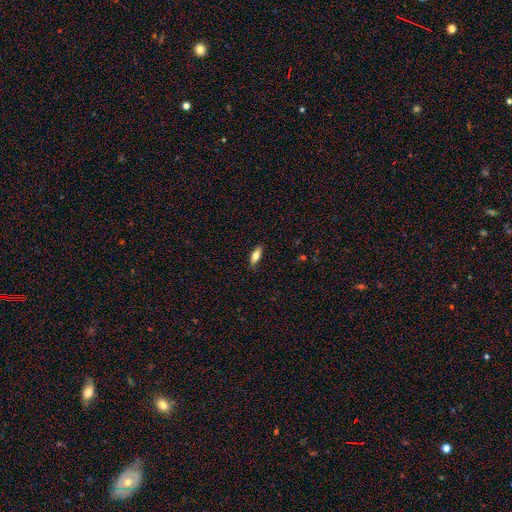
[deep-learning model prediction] Smooth or featured?
  - smooth: 72% *
  - featured or disk: 22%
  - star or artifact: 7%
How rounded?
  - in between: 63% *
  - cigar-shaped: 34%
  - round: 2%
Merging?
  - none: 84% *
  - minor disturbance: 12%
  - major disturbance: 3%
  - merger: 1%